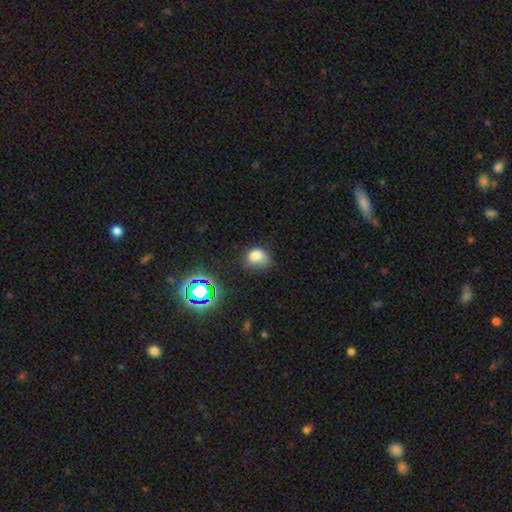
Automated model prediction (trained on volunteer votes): The model was most divided on "how rounded": round: 51%, in between: 48%, cigar-shaped: 1%. Remaining: smooth or featured — smooth (75%); merging — none (47%).